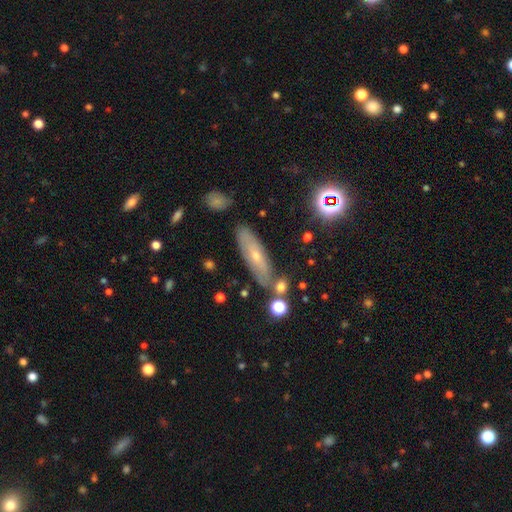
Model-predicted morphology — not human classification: Smooth or featured? smooth (48%)
Merging? none (75%)